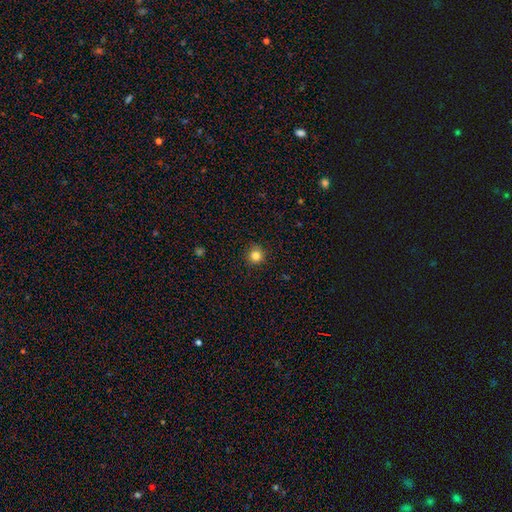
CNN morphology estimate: Q: Smooth or featured?
A: smooth (83%); runner-up: star or artifact (12%)
Q: How rounded?
A: round (94%); runner-up: in between (5%)
Q: Merging?
A: none (90%); runner-up: minor disturbance (7%)